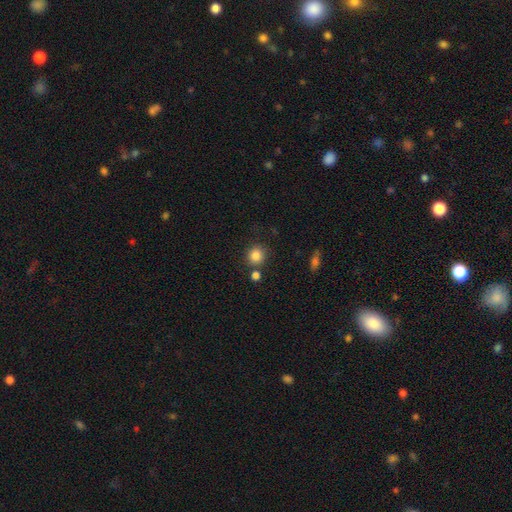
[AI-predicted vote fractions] A smooth galaxy with no disk features (85%) that is round (90%).

Vote fractions:
- Smooth or featured? smooth: 85% / star or artifact: 10% / featured or disk: 5%
- How rounded? round: 90% / in between: 9% / cigar-shaped: 1%
- Merging? none: 78% / merger: 10% / minor disturbance: 9% / major disturbance: 3%